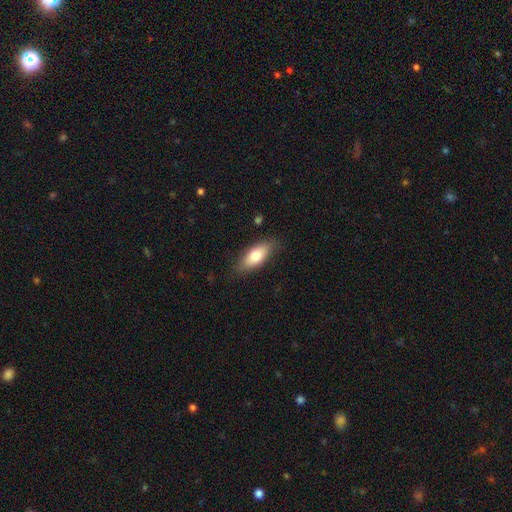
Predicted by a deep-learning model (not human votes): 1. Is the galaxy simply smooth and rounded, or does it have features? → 74% smooth, 20% featured or disk, 6% star or artifact.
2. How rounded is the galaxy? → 80% in between, 17% cigar-shaped, 3% round.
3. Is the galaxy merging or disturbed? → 83% none, 13% minor disturbance, 3% major disturbance, 1% merger.